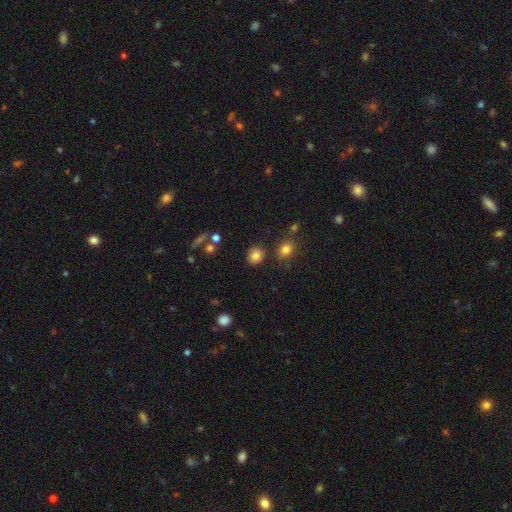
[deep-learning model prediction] This is clearly a smooth galaxy (82%). How rounded: likely round (73%). Merging: clearly none (84%).